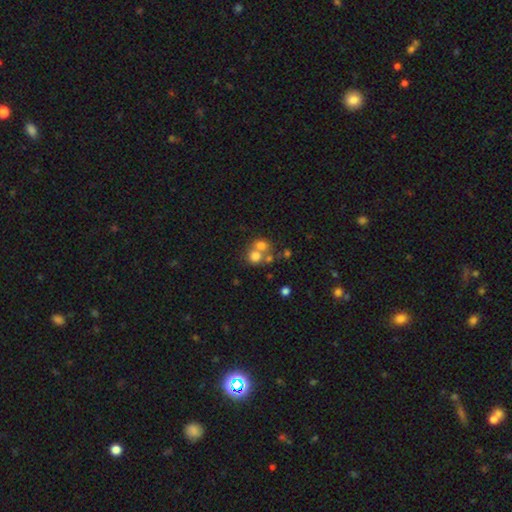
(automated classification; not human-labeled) A smooth galaxy with no disk features (69%) that is round (80%). Merging: merger (53%).